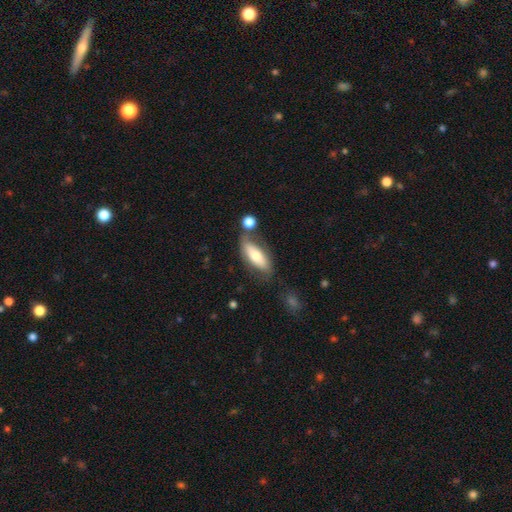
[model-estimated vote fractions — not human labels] Smooth or featured: smooth — 61% (featured or disk — 33%)
How rounded: in between — 69% (cigar-shaped — 28%)
Merging: none — 56% (minor disturbance — 21%)